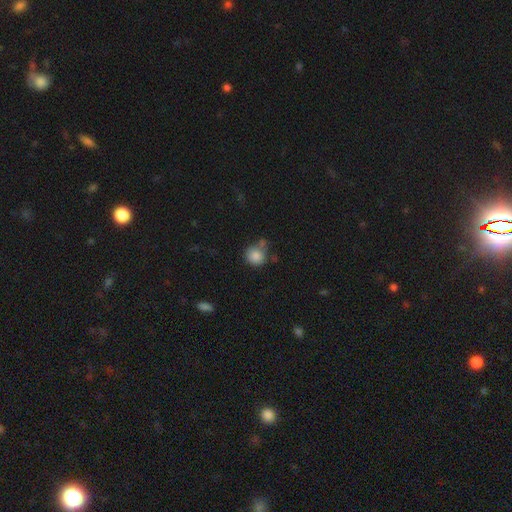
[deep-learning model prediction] smooth-or-featured: smooth: 84% | star or artifact: 10% | featured or disk: 6%
  how-rounded: round: 85% | in between: 14% | cigar-shaped: 1%
  merging: none: 56% | minor disturbance: 21% | merger: 16% | major disturbance: 7%